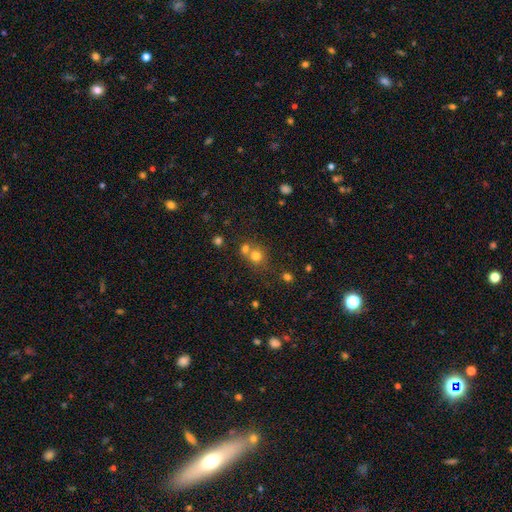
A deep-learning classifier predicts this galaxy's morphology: Overall: smooth (74%). How rounded: round (84%). Merging: none (50%; merger 39%).